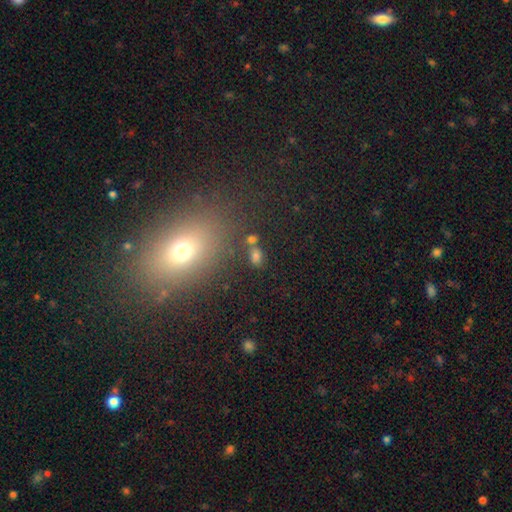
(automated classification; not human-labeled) smooth_or_featured: smooth (p=0.69) [alt: star or artifact p=0.21]
how_rounded: in between (p=0.76) [alt: round p=0.21]
merging: none (p=0.68) [alt: merger p=0.15]